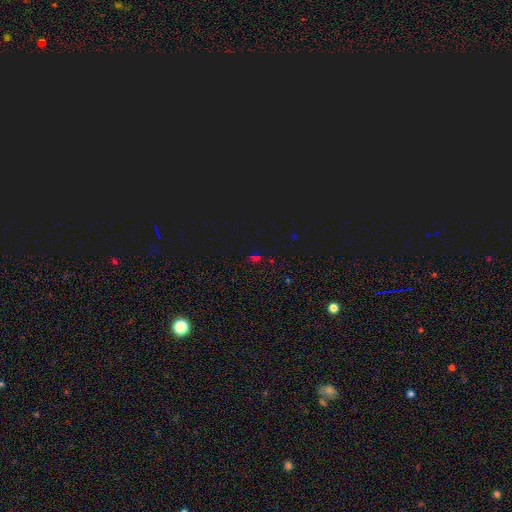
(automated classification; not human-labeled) smooth-or-featured: star or artifact: 58% | smooth: 34% | featured or disk: 9%